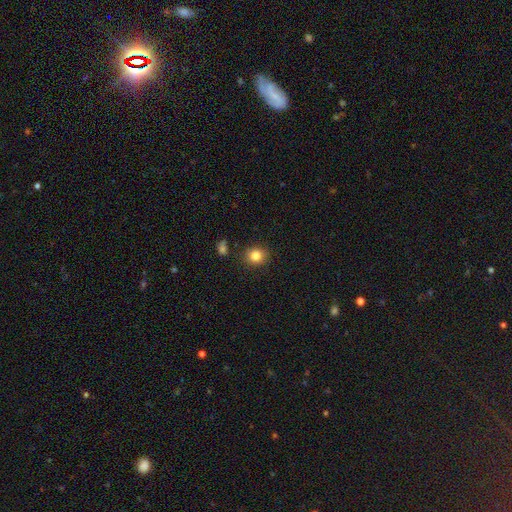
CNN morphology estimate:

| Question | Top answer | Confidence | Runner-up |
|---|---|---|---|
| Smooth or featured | smooth | 83% | star or artifact (11%) |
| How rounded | round | 82% | in between (18%) |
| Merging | none | 87% | minor disturbance (8%) |